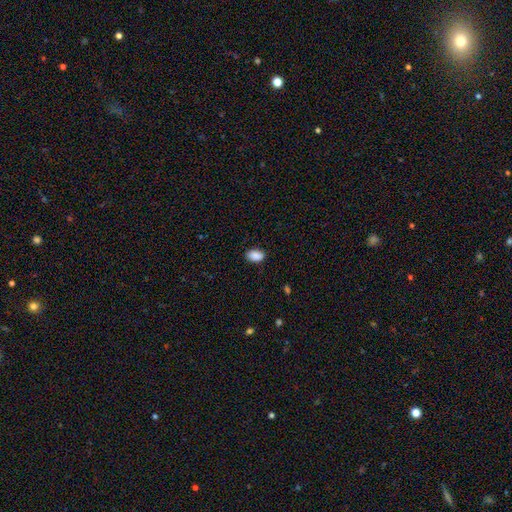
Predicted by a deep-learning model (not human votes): A smooth galaxy with no disk features (90%) that is in between round and cigar-shaped (91%). Merging: none (86%).